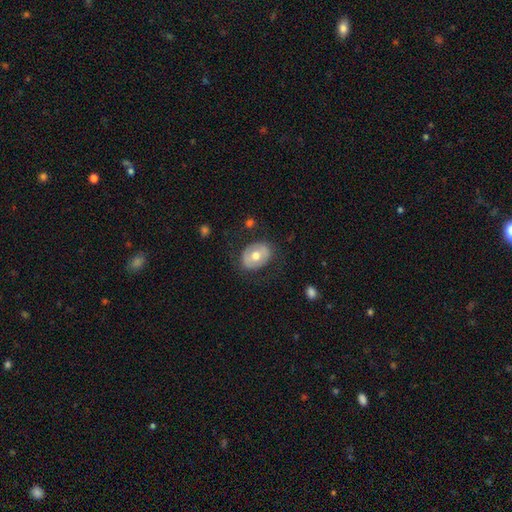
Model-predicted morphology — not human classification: smooth 55%, featured or disk 39%, star or artifact 7%. Down the decision tree: how rounded — in between (61%); merging — none (75%).